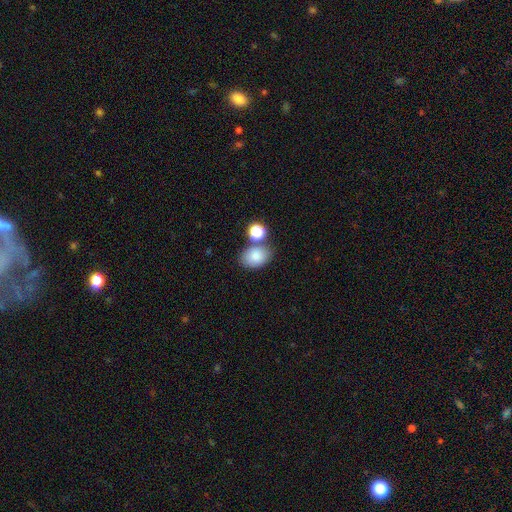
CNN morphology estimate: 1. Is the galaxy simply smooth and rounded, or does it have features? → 82% smooth, 9% star or artifact, 8% featured or disk.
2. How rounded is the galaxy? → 73% in between, 26% round, 1% cigar-shaped.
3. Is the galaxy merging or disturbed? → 64% none, 17% merger, 15% minor disturbance, 4% major disturbance.